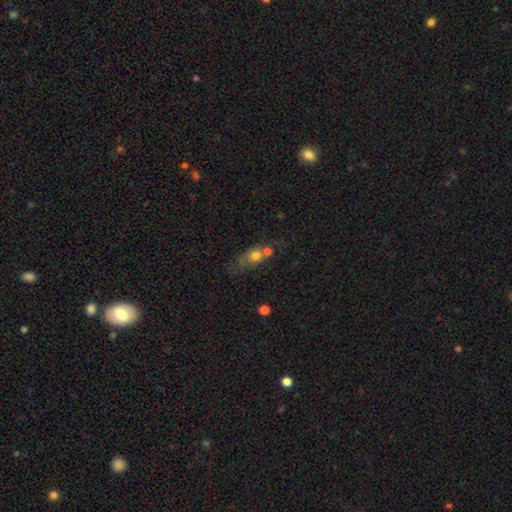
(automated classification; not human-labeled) A smooth galaxy with no disk features (64%) that is in between round and cigar-shaped (54%).

Vote fractions:
- Smooth or featured? smooth: 64% / featured or disk: 26% / star or artifact: 10%
- How rounded? in between: 54% / round: 34% / cigar-shaped: 12%
- Merging? merger: 45% / none: 32% / minor disturbance: 14% / major disturbance: 9%